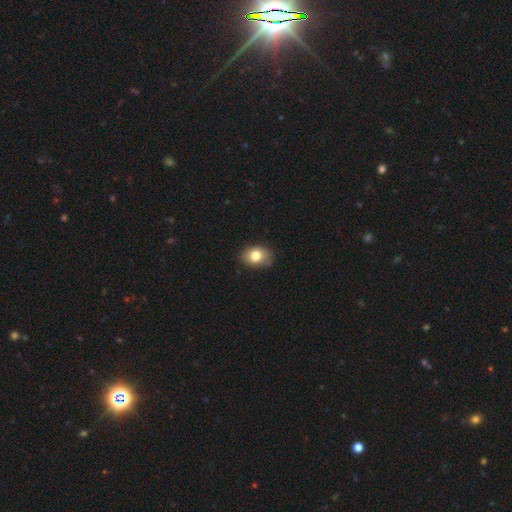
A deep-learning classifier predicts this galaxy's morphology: smooth-or-featured: smooth: 80% | featured or disk: 11% | star or artifact: 9%
  how-rounded: in between: 68% | round: 31% | cigar-shaped: 1%
  merging: none: 79% | minor disturbance: 16% | major disturbance: 3% | merger: 2%